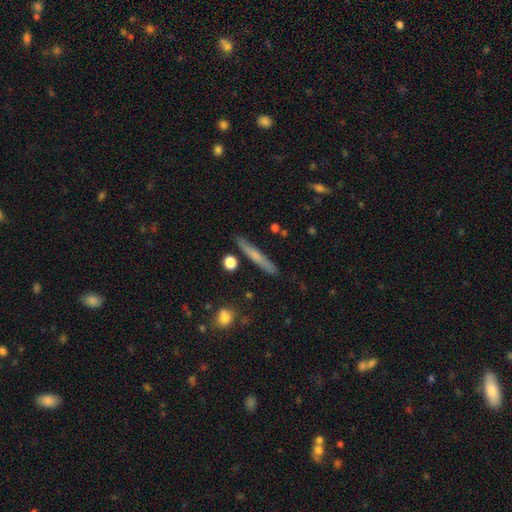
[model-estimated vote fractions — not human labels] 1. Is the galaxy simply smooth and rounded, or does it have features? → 53% smooth, 40% featured or disk, 7% star or artifact.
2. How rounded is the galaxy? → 93% cigar-shaped, 4% in between, 3% round.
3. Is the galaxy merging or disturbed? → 87% none, 9% minor disturbance, 2% merger, 2% major disturbance.